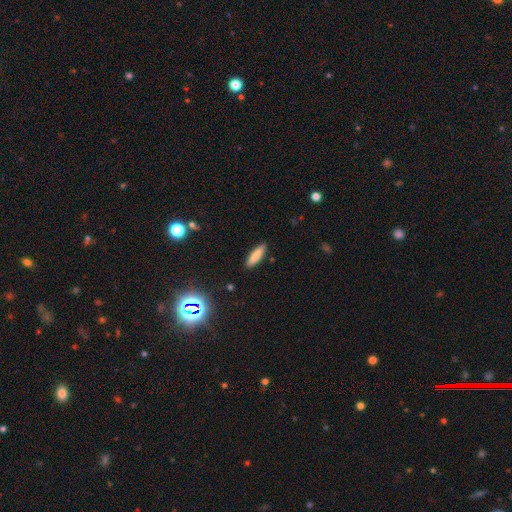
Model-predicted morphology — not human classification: smooth-or-featured: smooth: 82% | featured or disk: 9% | star or artifact: 9%
  how-rounded: cigar-shaped: 67% | in between: 31% | round: 2%
  merging: none: 89% | minor disturbance: 8% | major disturbance: 2% | merger: 1%